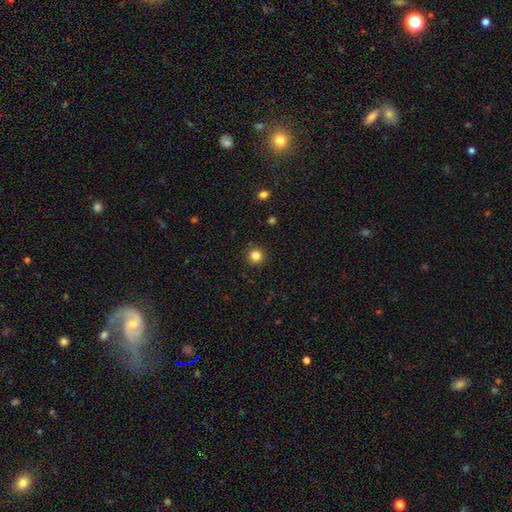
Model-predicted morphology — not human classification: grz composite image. It shows a smooth galaxy with no disk features (83%) that is round (95%). Merging: none (92%).